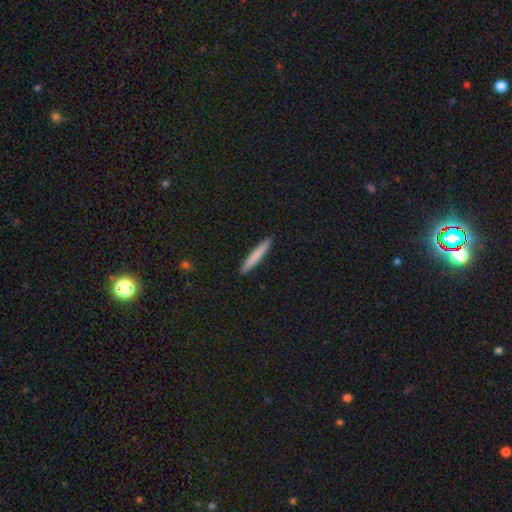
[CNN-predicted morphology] Q: Smooth or featured?
A: smooth (78%); runner-up: featured or disk (17%)
Q: How rounded?
A: cigar-shaped (96%); runner-up: in between (3%)
Q: Merging?
A: none (92%); runner-up: minor disturbance (6%)